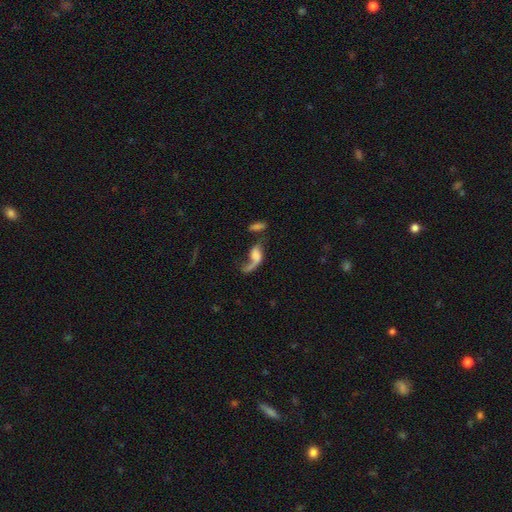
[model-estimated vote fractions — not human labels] This is possibly a featured or disk galaxy (56%). It is clearly not viewed edge-on (92%). Bar: likely no (67%). Spiral arm pattern: likely yes (74%). Central bulge: possibly none (45%). Merging: marginally major disturbance (37%).